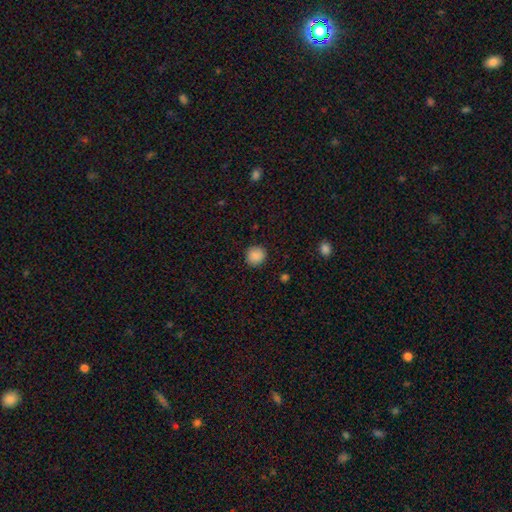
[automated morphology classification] A smooth galaxy with no disk features (88%) that is round (91%). Merging: none (91%).